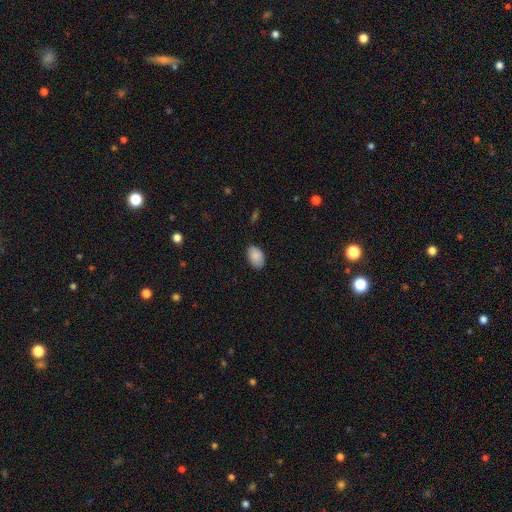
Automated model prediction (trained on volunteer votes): Q: Smooth or featured?
A: smooth (88%); runner-up: star or artifact (7%)
Q: How rounded?
A: in between (90%); runner-up: round (9%)
Q: Merging?
A: none (83%); runner-up: minor disturbance (13%)